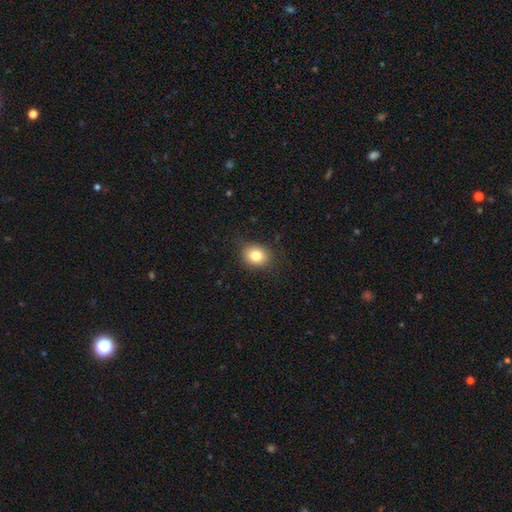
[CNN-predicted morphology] This is clearly a smooth galaxy (81%). How rounded: possibly round (58%). Merging: clearly none (84%).